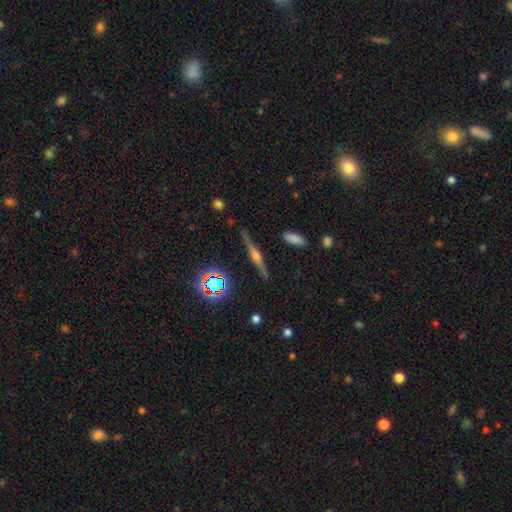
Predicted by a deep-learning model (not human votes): smooth-or-featured: featured or disk: 72% | smooth: 17% | star or artifact: 11%
  disk-edge-on: yes: 97% | no: 3%
    edge-on-bulge: rounded: 84% | boxy: 11% | none: 5%
  merging: none: 87% | minor disturbance: 9% | major disturbance: 2% | merger: 2%